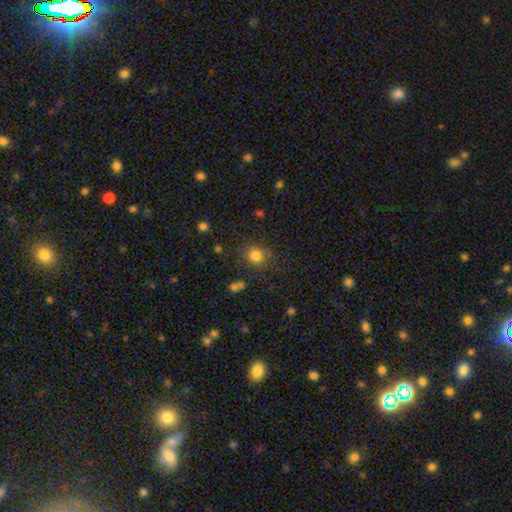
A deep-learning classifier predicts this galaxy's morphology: This is clearly a smooth galaxy (80%). How rounded: clearly round (81%). Merging: likely none (74%).